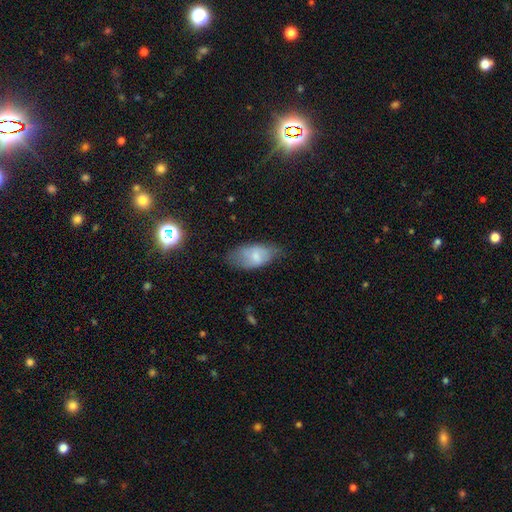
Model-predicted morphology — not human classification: The model was most divided on "merging": none: 57%, minor disturbance: 31%, major disturbance: 10%, merger: 2%. More confident: how rounded — in between (92%); smooth or featured — smooth (67%).